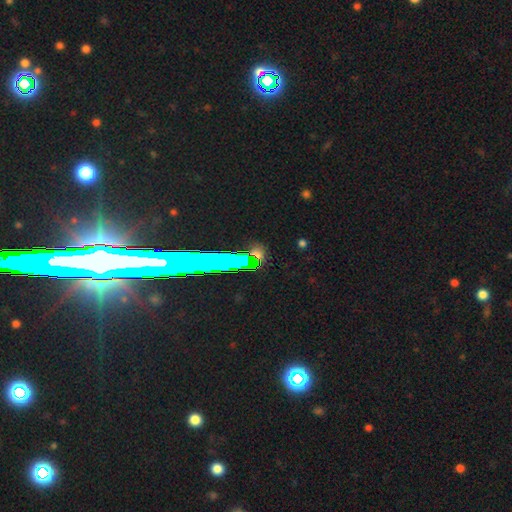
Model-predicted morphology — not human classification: This is likely a star or artifact rather than a galaxy (61%).